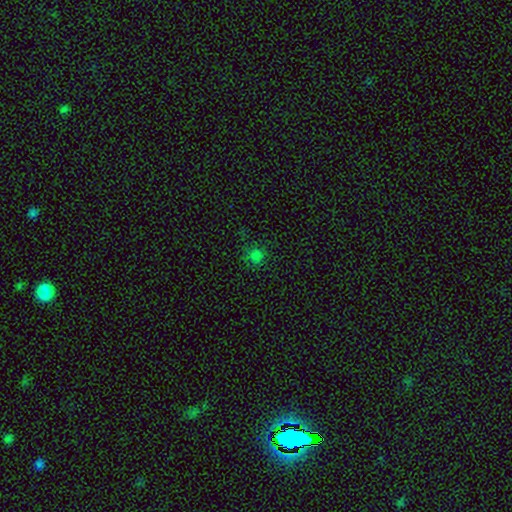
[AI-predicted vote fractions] Smooth or featured?
  - smooth: 72% *
  - star or artifact: 24%
  - featured or disk: 4%
How rounded?
  - round: 91% *
  - in between: 8%
  - cigar-shaped: 1%
Merging?
  - none: 82% *
  - minor disturbance: 12%
  - major disturbance: 4%
  - merger: 2%